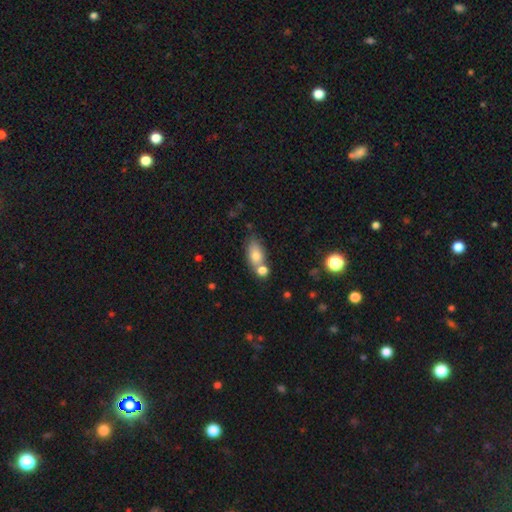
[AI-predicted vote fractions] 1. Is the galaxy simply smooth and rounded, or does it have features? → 77% smooth, 14% featured or disk, 9% star or artifact.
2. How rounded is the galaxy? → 80% in between, 11% round, 9% cigar-shaped.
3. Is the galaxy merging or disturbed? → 49% none, 31% merger, 14% minor disturbance, 5% major disturbance.